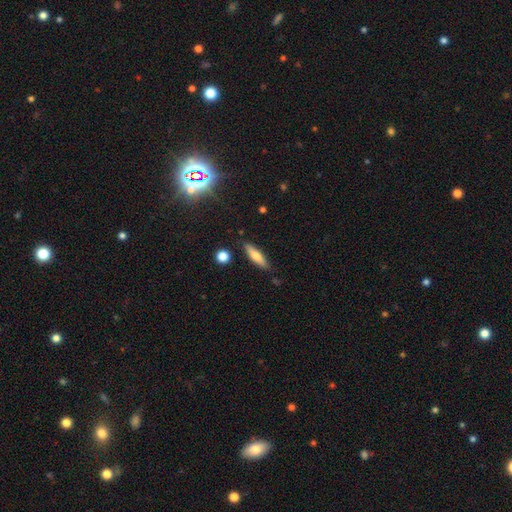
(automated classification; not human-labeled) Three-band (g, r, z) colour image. It shows a smooth galaxy with no disk features (64%) that is cigar-shaped (70%). Merging: none (83%).